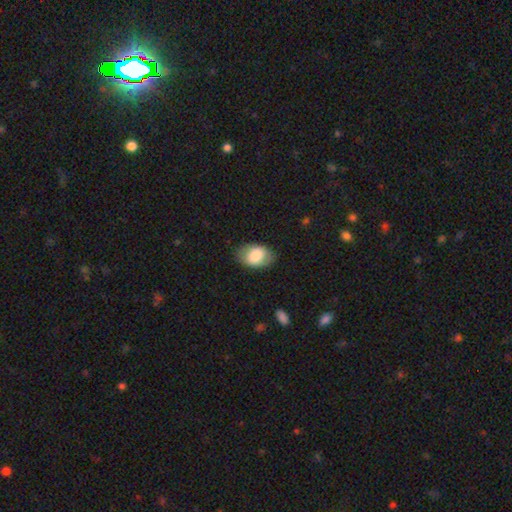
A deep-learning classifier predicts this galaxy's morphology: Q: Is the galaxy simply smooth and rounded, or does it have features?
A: smooth — 77%.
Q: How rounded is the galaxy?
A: in between — 88%.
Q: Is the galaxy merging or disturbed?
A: none — 80%.